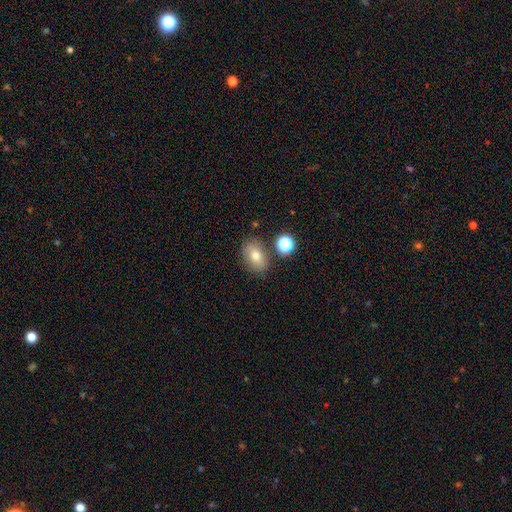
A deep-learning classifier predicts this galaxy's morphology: Smooth or featured: smooth — 73% (featured or disk — 16%)
How rounded: in between — 79% (round — 19%)
Merging: none — 78% (minor disturbance — 12%)